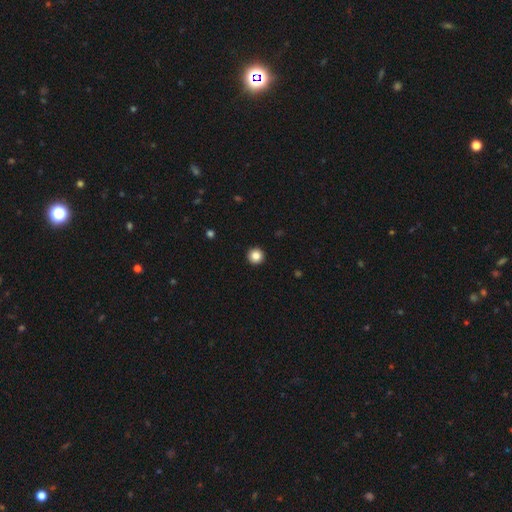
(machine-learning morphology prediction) Smooth or featured: smooth — 84% (star or artifact — 11%)
How rounded: round — 96% (in between — 3%)
Merging: none — 94% (minor disturbance — 4%)